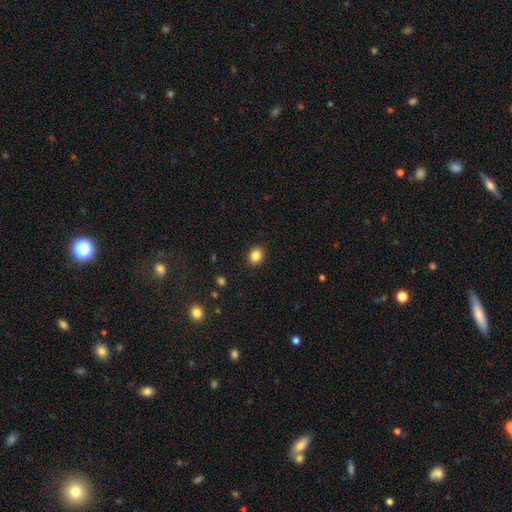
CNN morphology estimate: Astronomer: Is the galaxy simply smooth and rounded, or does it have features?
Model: smooth — 85%.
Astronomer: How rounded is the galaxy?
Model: round — 55% (runner-up: in between, 44%).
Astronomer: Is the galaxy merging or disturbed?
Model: none — 90%.